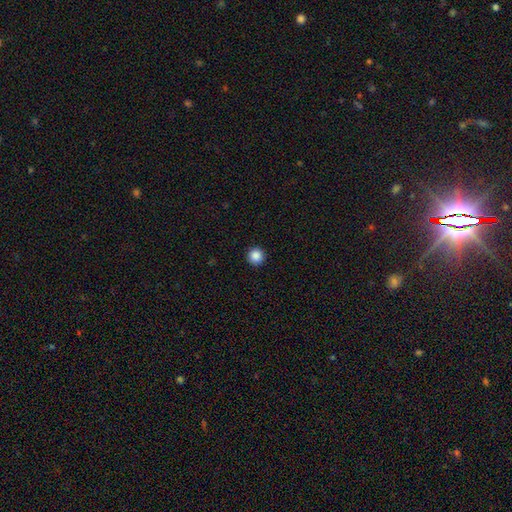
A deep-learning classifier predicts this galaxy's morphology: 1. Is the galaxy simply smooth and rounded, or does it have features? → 87% smooth, 10% star or artifact, 3% featured or disk.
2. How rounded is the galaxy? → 97% round, 3% in between, 1% cigar-shaped.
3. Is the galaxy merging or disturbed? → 94% none, 4% minor disturbance, 1% major disturbance, 1% merger.